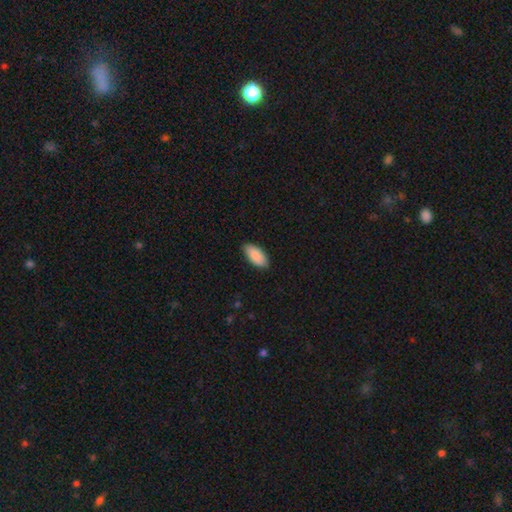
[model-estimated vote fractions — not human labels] smooth 88%, featured or disk 6%, star or artifact 6%. Down the decision tree: how rounded — in between (93%); merging — none (85%).